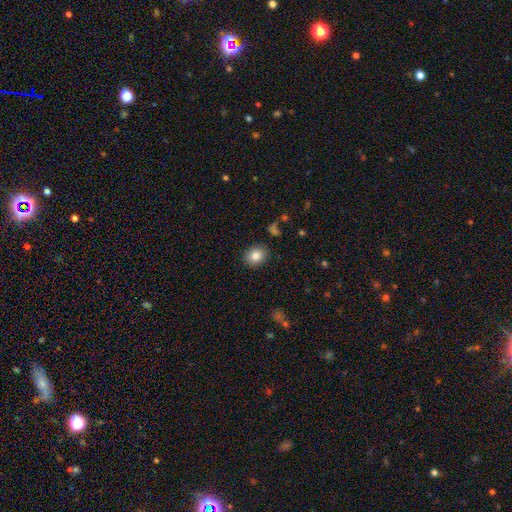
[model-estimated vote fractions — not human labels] smooth 84%, star or artifact 9%, featured or disk 8%. Down the decision tree: how rounded — round (53%); merging — none (88%).